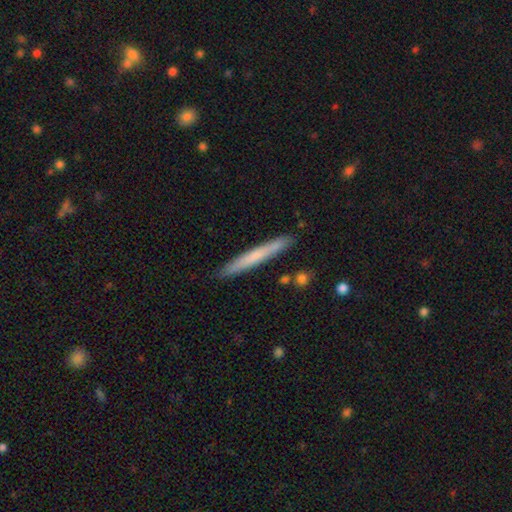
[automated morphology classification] smooth_or_featured: smooth (p=0.62) [alt: featured or disk p=0.32]
how_rounded: cigar-shaped (p=0.97) [alt: in between p=0.02]
merging: none (p=0.89) [alt: minor disturbance p=0.08]